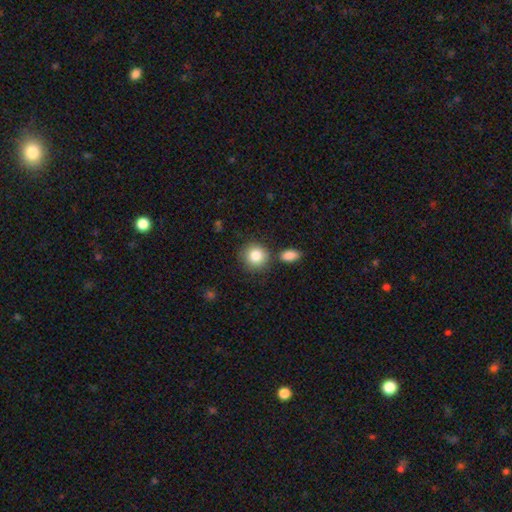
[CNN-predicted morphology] A smooth galaxy with no disk features (85%) that is round (88%). Merging: none (77%).